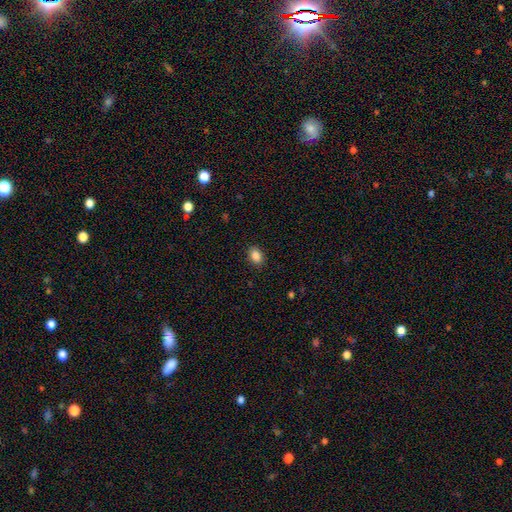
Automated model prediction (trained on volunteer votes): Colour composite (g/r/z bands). It shows a smooth galaxy with no disk features (87%) that is in between round and cigar-shaped (74%). Merging: none (89%).